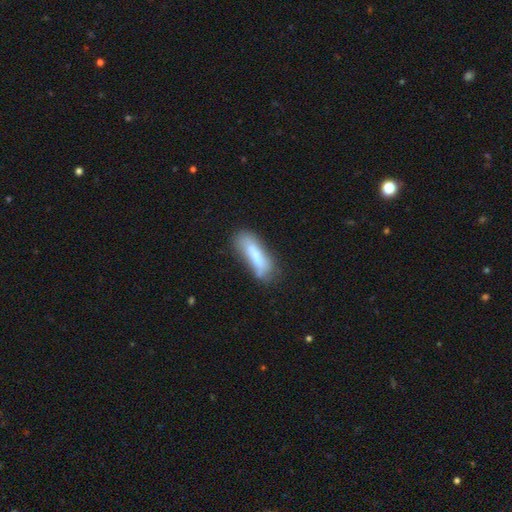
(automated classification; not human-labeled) smooth 62%, featured or disk 29%, star or artifact 8%. Down the decision tree: how rounded — cigar-shaped (55%); merging — none (44%).